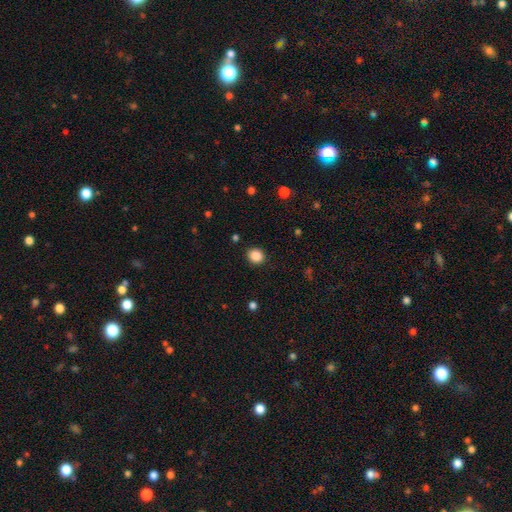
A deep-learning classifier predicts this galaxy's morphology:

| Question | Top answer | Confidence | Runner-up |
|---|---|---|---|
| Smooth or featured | smooth | 87% | star or artifact (10%) |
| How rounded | round | 69% | in between (30%) |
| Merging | none | 90% | minor disturbance (7%) |